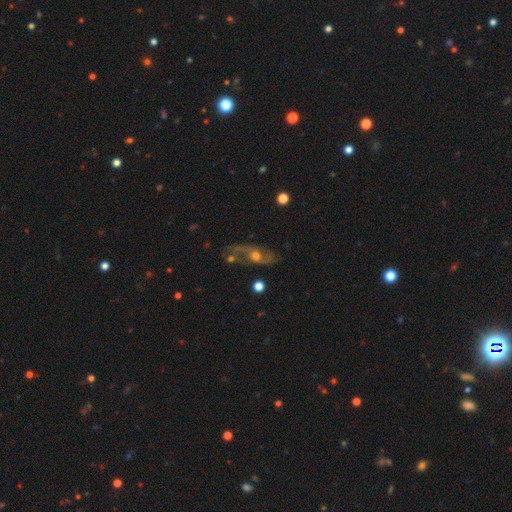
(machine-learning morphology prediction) Smooth or featured: featured or disk — 69% (smooth — 21%)
Edge-on disk: no — 84% (yes — 16%)
Bar: no — 70% (weak — 24%)
Spiral arms: yes — 79% (no — 21%)
Bulge size: moderate — 65% (small — 24%)
Merging: none — 54% (minor disturbance — 21%)